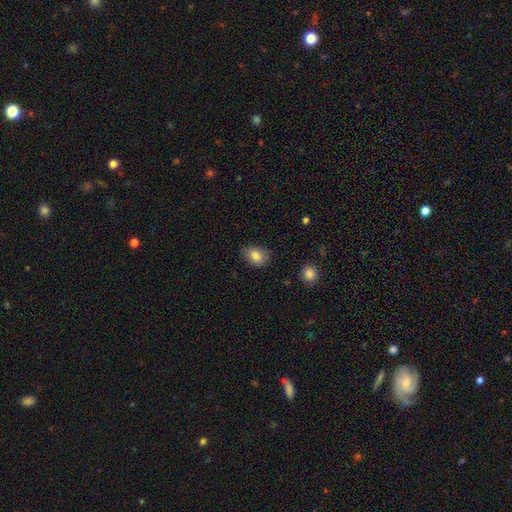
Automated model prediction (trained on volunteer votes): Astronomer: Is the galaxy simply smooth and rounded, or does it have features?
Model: smooth — 84%.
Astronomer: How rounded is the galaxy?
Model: in between — 73%.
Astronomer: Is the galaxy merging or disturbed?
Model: none — 80%.